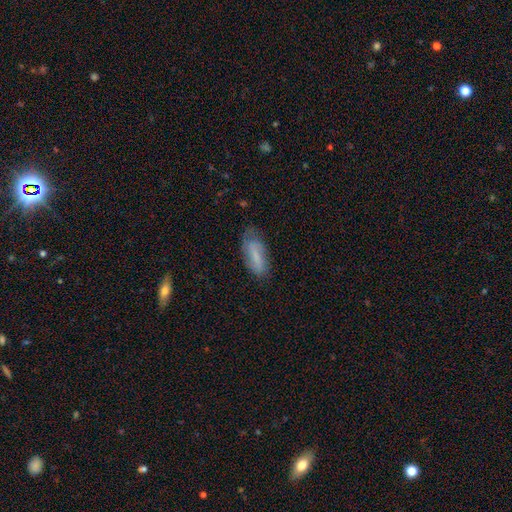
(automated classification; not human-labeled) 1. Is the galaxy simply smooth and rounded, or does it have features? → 60% smooth, 32% featured or disk, 8% star or artifact.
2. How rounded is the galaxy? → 72% in between, 26% cigar-shaped, 2% round.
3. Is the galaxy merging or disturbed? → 64% none, 27% minor disturbance, 8% major disturbance, 2% merger.